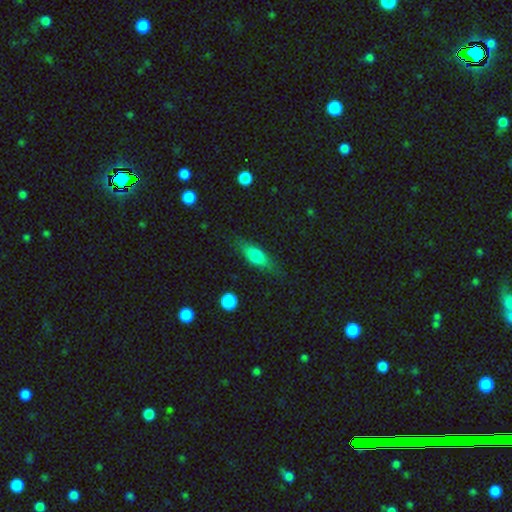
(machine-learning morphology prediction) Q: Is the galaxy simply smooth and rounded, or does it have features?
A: smooth — 68%.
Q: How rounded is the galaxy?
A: in between — 57%.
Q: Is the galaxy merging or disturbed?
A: none — 74%.